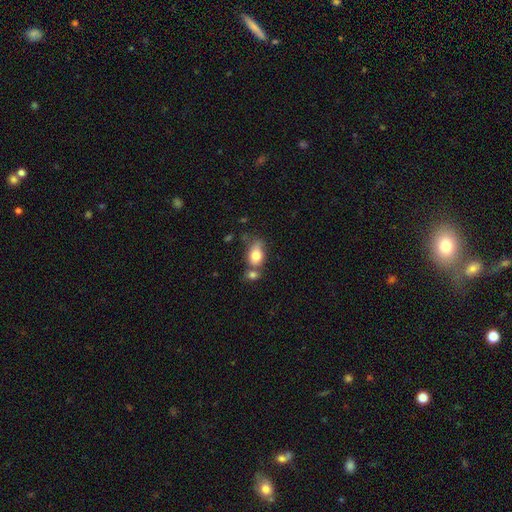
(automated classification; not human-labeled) smooth 80%, featured or disk 12%, star or artifact 8%. Down the decision tree: how rounded — in between (81%); merging — none (38%).